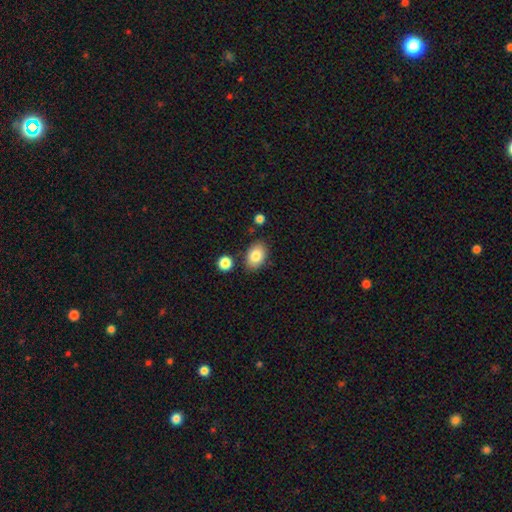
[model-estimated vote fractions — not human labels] Smooth or featured? smooth (83%)
How rounded? in between (85%)
Merging? none (81%)